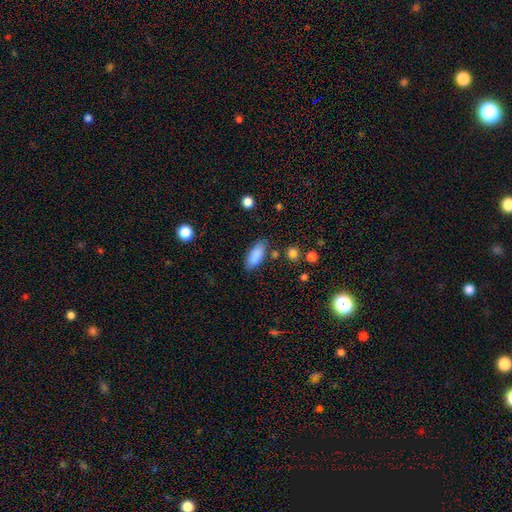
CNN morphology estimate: smooth-or-featured: smooth: 87% | star or artifact: 7% | featured or disk: 6%
  how-rounded: in between: 82% | cigar-shaped: 16% | round: 2%
  merging: none: 78% | minor disturbance: 14% | merger: 4% | major disturbance: 4%